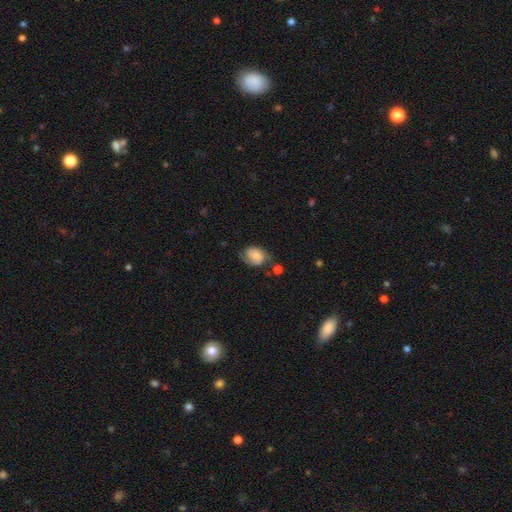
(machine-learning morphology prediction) Smooth or featured: featured or disk — 46% (smooth — 45%)
Merging: none — 49% (minor disturbance — 29%)